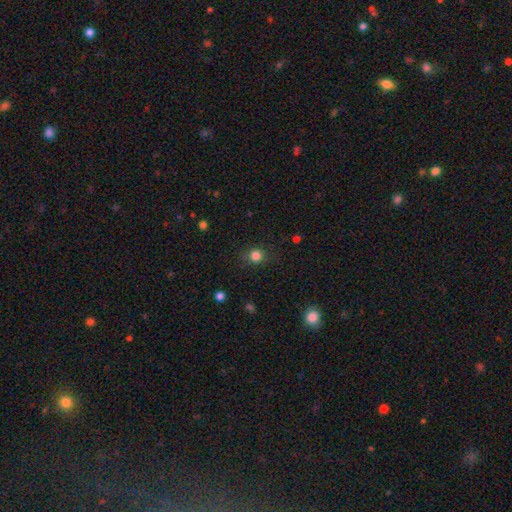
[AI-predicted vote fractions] Q: Smooth or featured?
A: smooth (83%); runner-up: star or artifact (13%)
Q: How rounded?
A: round (86%); runner-up: in between (13%)
Q: Merging?
A: none (82%); runner-up: minor disturbance (12%)